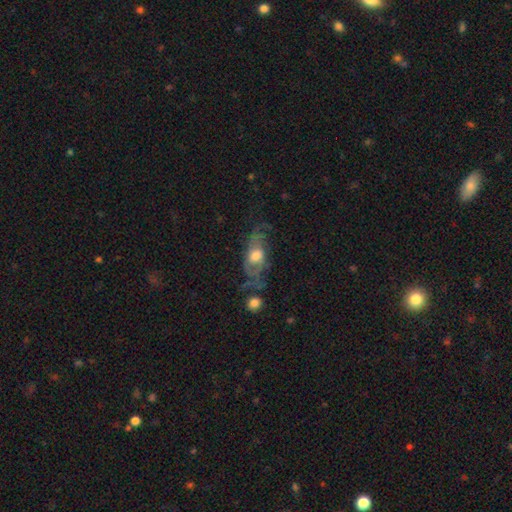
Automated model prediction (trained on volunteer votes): Overall: featured or disk (62%; smooth 31%). Edge-on disk: no (85%). Bar: no (68%). Spiral arms: yes (69%; no 31%). Bulge size: moderate (62%; large 23%). Merging: none (37%; major disturbance 32%).